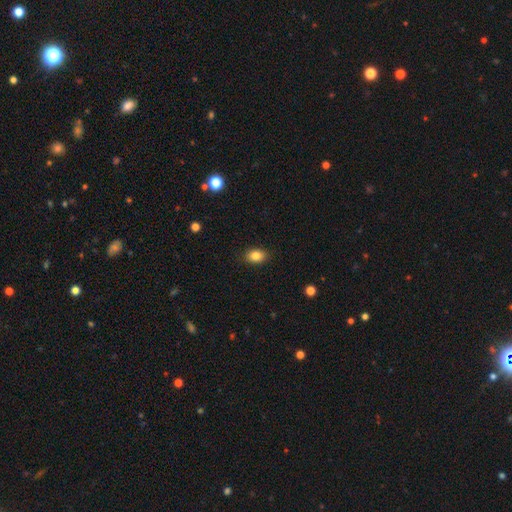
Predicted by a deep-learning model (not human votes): Morphology: type=smooth (85%); roundness=in between (78%); merging=none (87%).